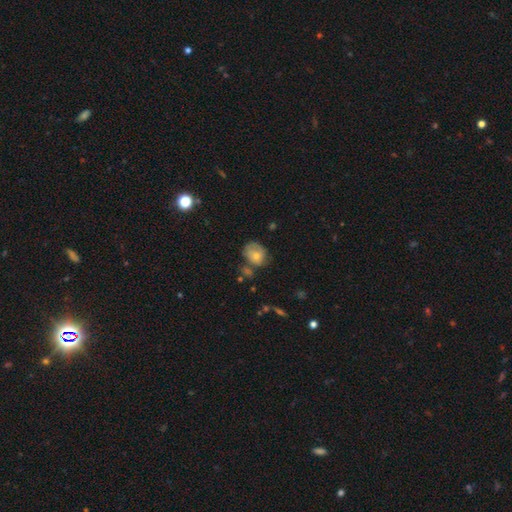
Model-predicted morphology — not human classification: Smooth or featured: smooth — 63% (featured or disk — 28%)
How rounded: round — 55% (in between — 44%)
Merging: none — 45% (minor disturbance — 31%)